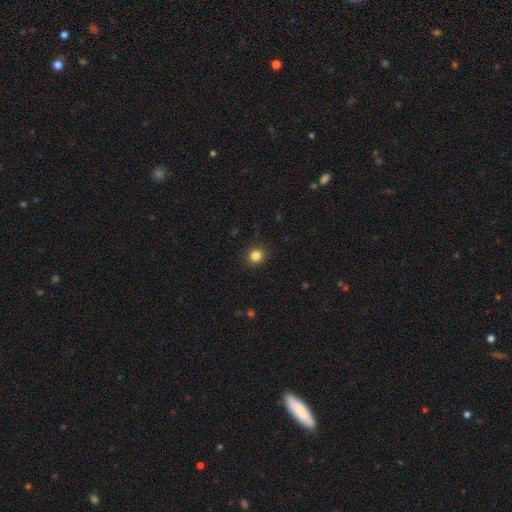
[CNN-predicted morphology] A smooth galaxy with no disk features (85%) that is round (82%).

Vote fractions:
- Smooth or featured? smooth: 85% / star or artifact: 11% / featured or disk: 4%
- How rounded? round: 82% / in between: 17% / cigar-shaped: 1%
- Merging? none: 89% / minor disturbance: 7% / major disturbance: 2% / merger: 1%